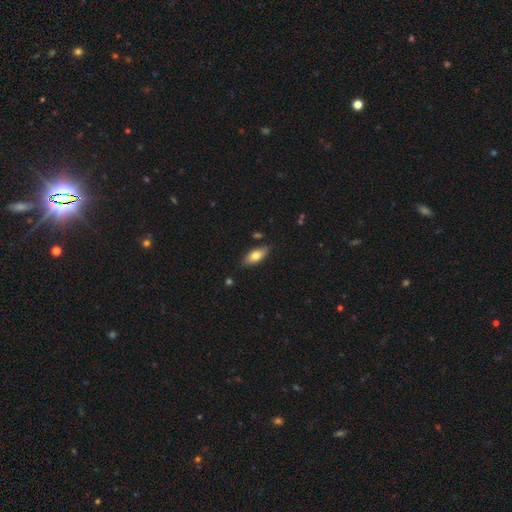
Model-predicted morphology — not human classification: Smooth or featured? smooth (75%)
How rounded? in between (84%)
Merging? none (83%)